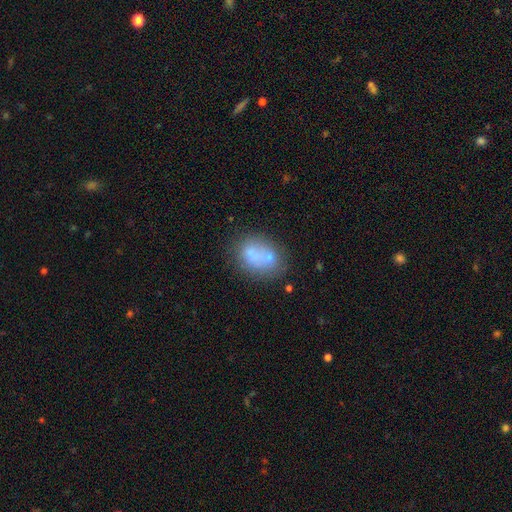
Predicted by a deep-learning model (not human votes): The model was most divided on "merging": none: 48%, merger: 27%, minor disturbance: 17%, major disturbance: 8%. More confident: smooth or featured — smooth (67%); how rounded — in between (61%).